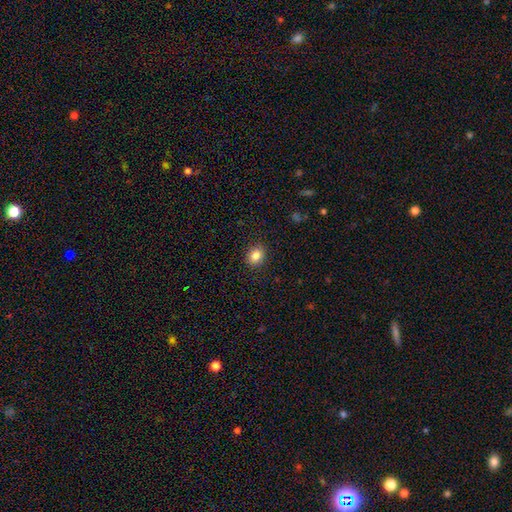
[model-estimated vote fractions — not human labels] Smooth or featured: smooth — 85% (star or artifact — 10%)
How rounded: in between — 50% (round — 49%)
Merging: none — 90% (minor disturbance — 7%)